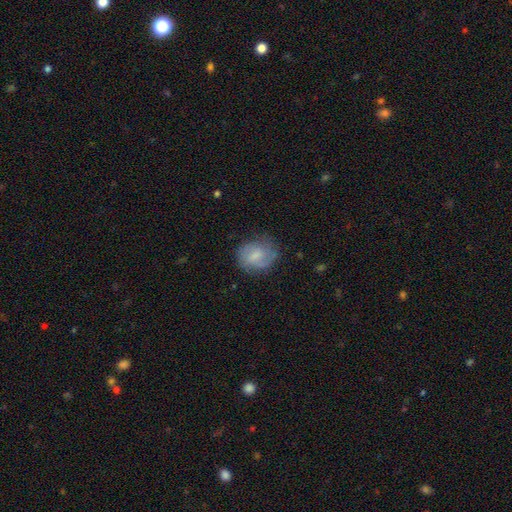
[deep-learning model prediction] smooth 52%, featured or disk 40%, star or artifact 8%. Down the decision tree: how rounded — round (58%); merging — none (67%).